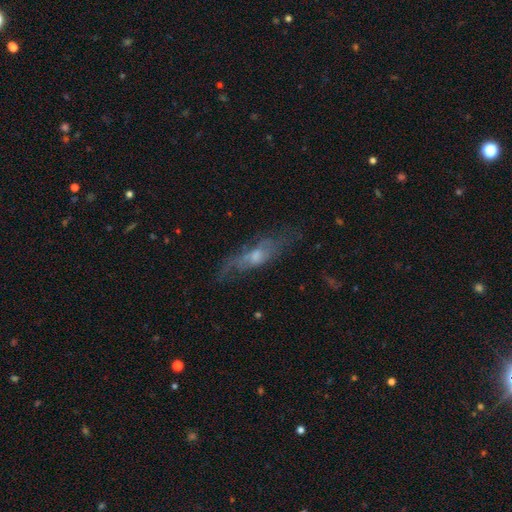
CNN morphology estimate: smooth-or-featured: featured or disk: 59% | smooth: 31% | star or artifact: 11%
  disk-edge-on: no: 55% | yes: 45%
  merging: none: 60% | minor disturbance: 23% | major disturbance: 14% | merger: 3%